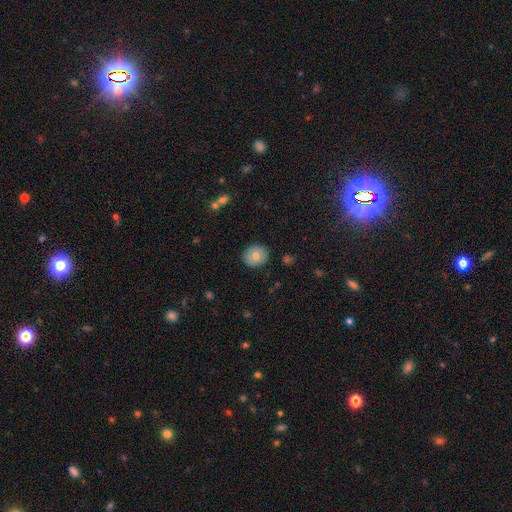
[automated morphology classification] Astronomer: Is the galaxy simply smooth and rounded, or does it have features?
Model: smooth — 73%.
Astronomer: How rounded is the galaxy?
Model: round — 74%.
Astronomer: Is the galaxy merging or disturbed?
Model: none — 87%.